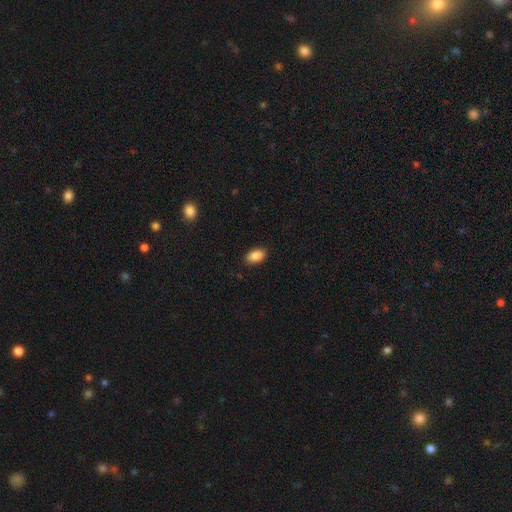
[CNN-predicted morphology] smooth 88%, star or artifact 7%, featured or disk 4%. Down the decision tree: how rounded — in between (92%); merging — none (89%).